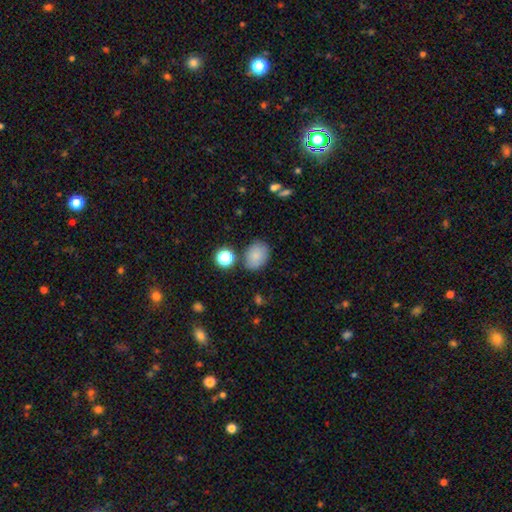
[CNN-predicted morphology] A smooth galaxy with no disk features (82%) that is in between round and cigar-shaped (67%).

Vote fractions:
- Smooth or featured? smooth: 82% / star or artifact: 10% / featured or disk: 8%
- How rounded? in between: 67% / round: 32% / cigar-shaped: 1%
- Merging? none: 76% / minor disturbance: 14% / merger: 6% / major disturbance: 4%